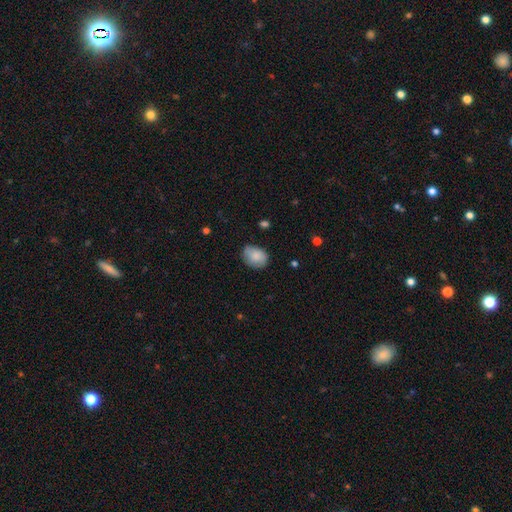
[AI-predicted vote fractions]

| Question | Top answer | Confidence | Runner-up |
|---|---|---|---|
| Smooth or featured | smooth | 82% | featured or disk (11%) |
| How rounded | in between | 69% | round (30%) |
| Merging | none | 72% | minor disturbance (22%) |